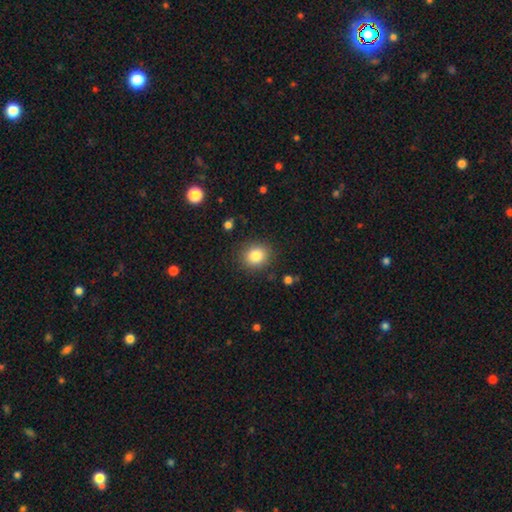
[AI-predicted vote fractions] A smooth galaxy with no disk features (84%) that is round (80%).

Vote fractions:
- Smooth or featured? smooth: 84% / star or artifact: 10% / featured or disk: 6%
- How rounded? round: 80% / in between: 20% / cigar-shaped: 1%
- Merging? none: 88% / minor disturbance: 8% / major disturbance: 3% / merger: 2%